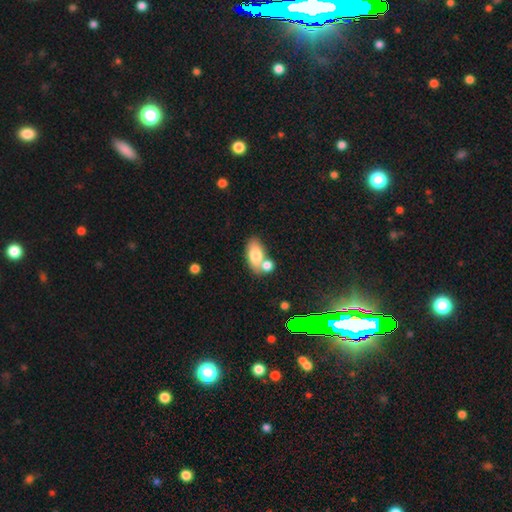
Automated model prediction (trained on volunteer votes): This is likely a smooth galaxy (75%). How rounded: clearly in between (89%). Merging: marginally none (45%).